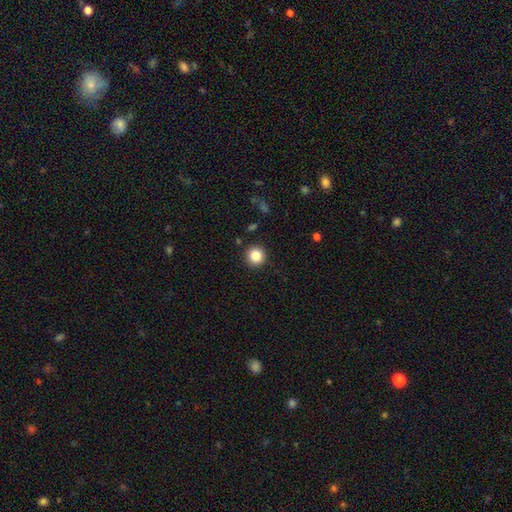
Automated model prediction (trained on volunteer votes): Q: Smooth or featured?
A: smooth (86%); runner-up: star or artifact (10%)
Q: How rounded?
A: round (94%); runner-up: in between (5%)
Q: Merging?
A: none (91%); runner-up: minor disturbance (6%)